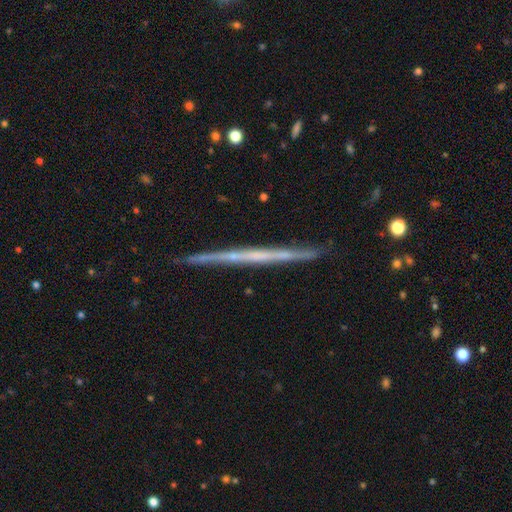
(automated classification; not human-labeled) This appears to be a featured or disk galaxy (68%) viewed edge-on (98%) with no central bulge (88%). Merging: none (90%).